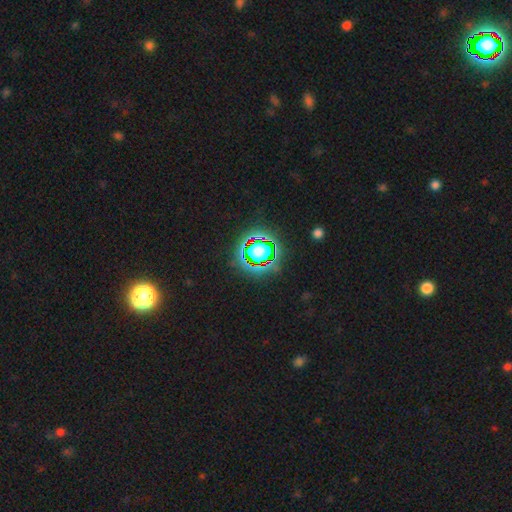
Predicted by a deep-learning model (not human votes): Smooth or featured?
  - star or artifact: 80% *
  - smooth: 13%
  - featured or disk: 7%